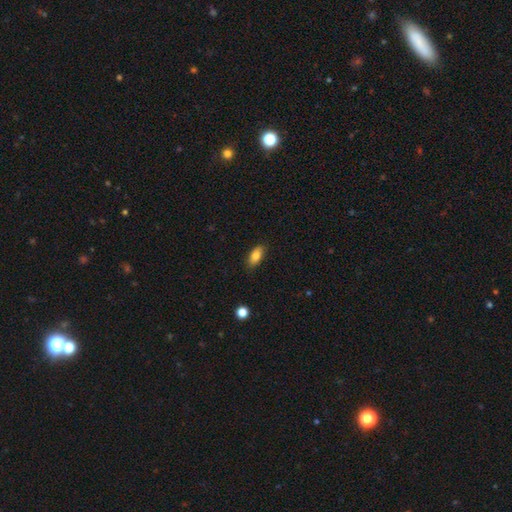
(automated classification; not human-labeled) smooth 83%, featured or disk 9%, star or artifact 8%. Down the decision tree: how rounded — in between (88%); merging — none (86%).